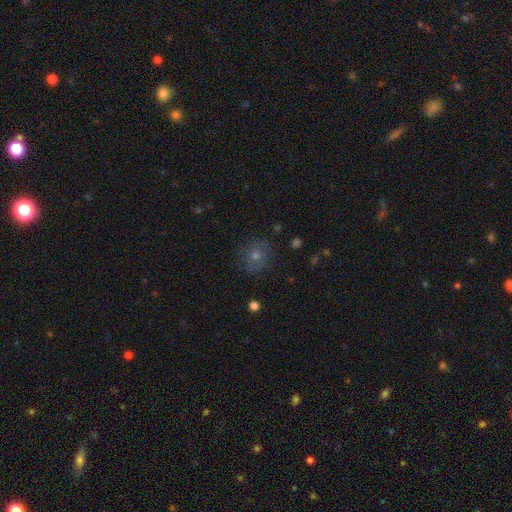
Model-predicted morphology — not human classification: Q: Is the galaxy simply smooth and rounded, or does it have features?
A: smooth — 52%.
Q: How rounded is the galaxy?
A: round — 87%.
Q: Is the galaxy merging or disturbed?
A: none — 84%.